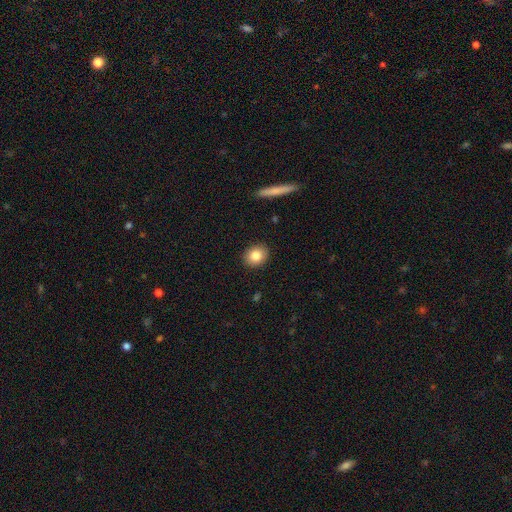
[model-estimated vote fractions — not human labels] This appears to be a smooth galaxy with no disk features (82%) that is round (64%). Merging: none (90%).